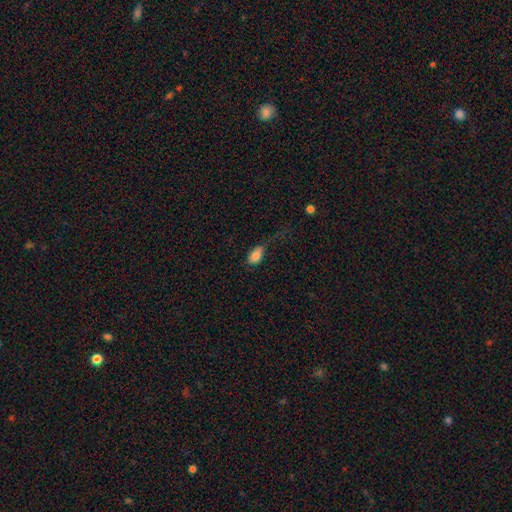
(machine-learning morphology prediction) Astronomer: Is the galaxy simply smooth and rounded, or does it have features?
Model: smooth — 81%.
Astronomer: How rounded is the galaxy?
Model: in between — 90%.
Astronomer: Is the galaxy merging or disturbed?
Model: none — 38% (runner-up: major disturbance, 31%).